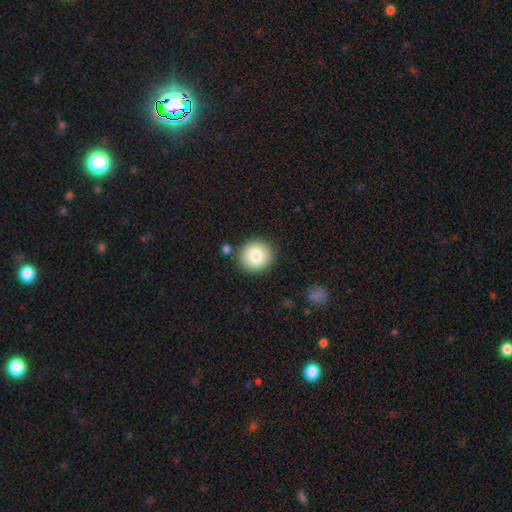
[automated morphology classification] A smooth galaxy with no disk features (82%) that is round (90%). Merging: none (87%).